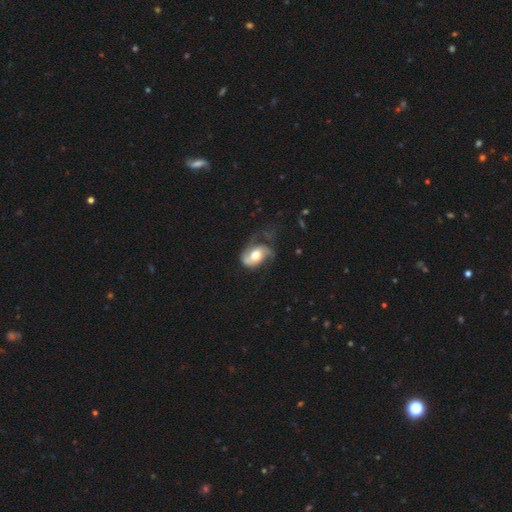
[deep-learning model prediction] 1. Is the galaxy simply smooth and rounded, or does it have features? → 68% featured or disk, 26% smooth, 6% star or artifact.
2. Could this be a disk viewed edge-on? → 96% no, 4% yes.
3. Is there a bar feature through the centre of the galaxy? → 56% no, 29% weak, 14% strong.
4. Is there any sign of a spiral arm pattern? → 86% yes, 14% no.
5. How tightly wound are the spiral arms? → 40% medium (tied), 40% loose (tied), 20% tight.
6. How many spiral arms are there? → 66% 2, 19% 1, 9% can't tell, 3% 3, 1% 4, 1% more than 4.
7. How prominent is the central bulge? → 63% moderate, 23% large, 10% small, 2% dominant, 1% none.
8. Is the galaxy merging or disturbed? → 37% none, 36% major disturbance, 24% minor disturbance, 3% merger.